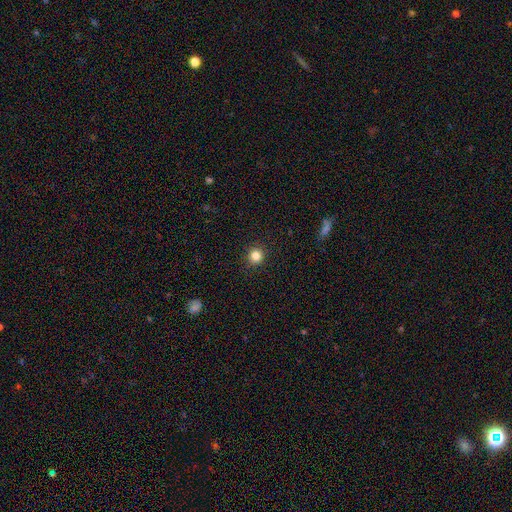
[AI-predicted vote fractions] smooth_or_featured: smooth (p=0.83) [alt: star or artifact p=0.12]
how_rounded: round (p=0.93) [alt: in between p=0.06]
merging: none (p=0.92) [alt: minor disturbance p=0.05]